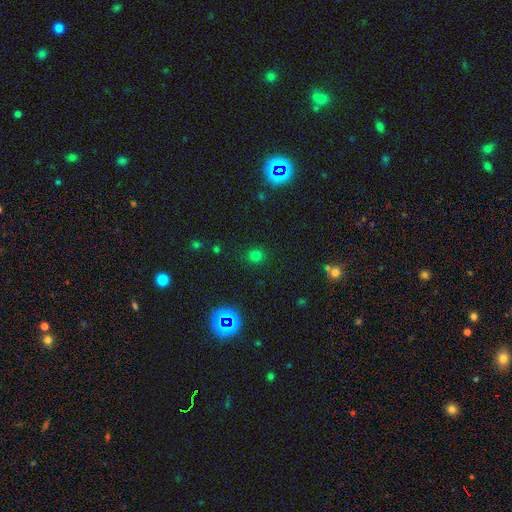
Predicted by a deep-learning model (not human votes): Smooth or featured? smooth (72%)
How rounded? round (90%)
Merging? none (89%)